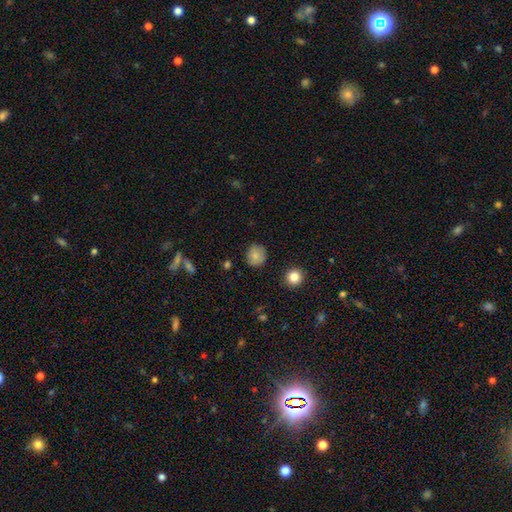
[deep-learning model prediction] Q: Smooth or featured?
A: smooth (82%); runner-up: star or artifact (10%)
Q: How rounded?
A: round (88%); runner-up: in between (11%)
Q: Merging?
A: none (83%); runner-up: minor disturbance (13%)